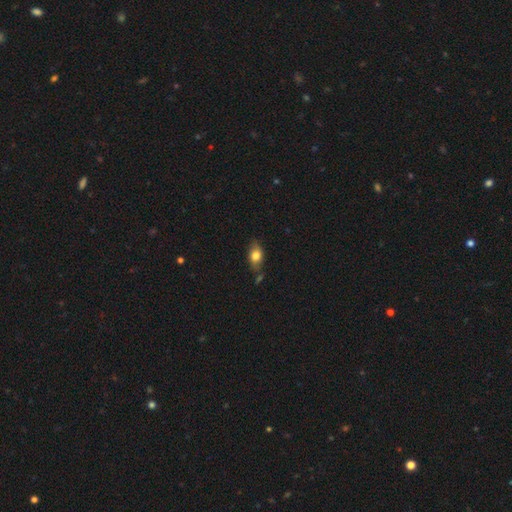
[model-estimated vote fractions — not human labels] This is likely a smooth galaxy (77%). How rounded: clearly in between (83%). Merging: likely none (67%).